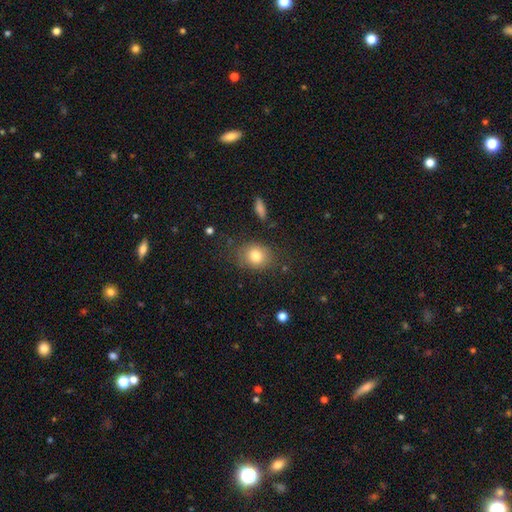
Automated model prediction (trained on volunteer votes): Smooth or featured?
  - smooth: 80% *
  - star or artifact: 10%
  - featured or disk: 10%
How rounded?
  - round: 61% *
  - in between: 38%
  - cigar-shaped: 1%
Merging?
  - none: 77% *
  - minor disturbance: 16%
  - major disturbance: 6%
  - merger: 2%